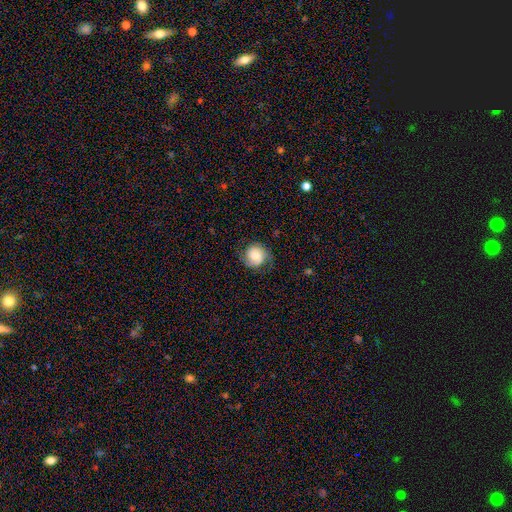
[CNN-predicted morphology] The model was most divided on "smooth or featured": featured or disk: 47%, smooth: 44%, star or artifact: 9%. More confident: merging — none (69%).